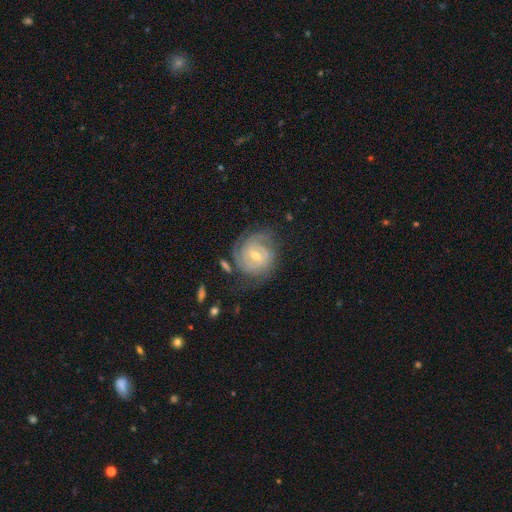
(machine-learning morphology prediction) Smooth or featured? featured or disk (82%)
Edge-on disk? no (97%)
Bar? no (44%, tied with weak)
Spiral arms? yes (95%)
Spiral winding? tight (71%)
Spiral arm count? can't tell (30%)
Bulge size? small (55%)
Merging? none (68%)